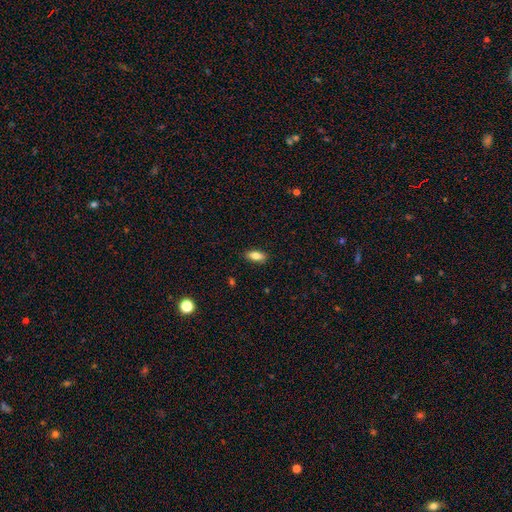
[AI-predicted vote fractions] Smooth or featured? smooth (80%)
How rounded? in between (82%)
Merging? none (88%)